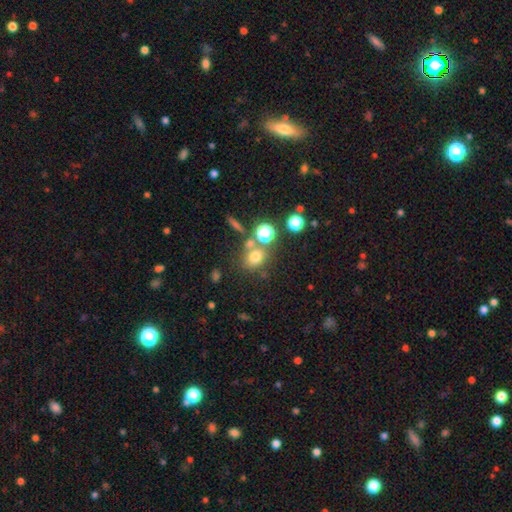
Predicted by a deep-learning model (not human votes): Q: Smooth or featured?
A: smooth (69%); runner-up: star or artifact (20%)
Q: How rounded?
A: round (61%); runner-up: in between (37%)
Q: Merging?
A: none (60%); runner-up: merger (22%)